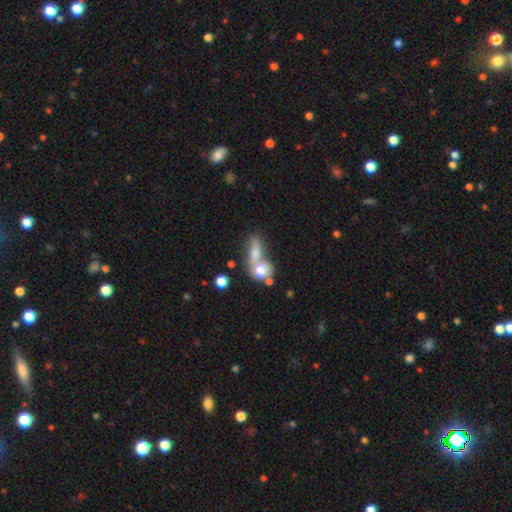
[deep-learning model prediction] Smooth or featured?
  - smooth: 61% *
  - featured or disk: 26%
  - star or artifact: 13%
How rounded?
  - in between: 46% *
  - round: 43%
  - cigar-shaped: 10%
Merging?
  - merger: 65% *
  - none: 21%
  - minor disturbance: 7%
  - major disturbance: 7%